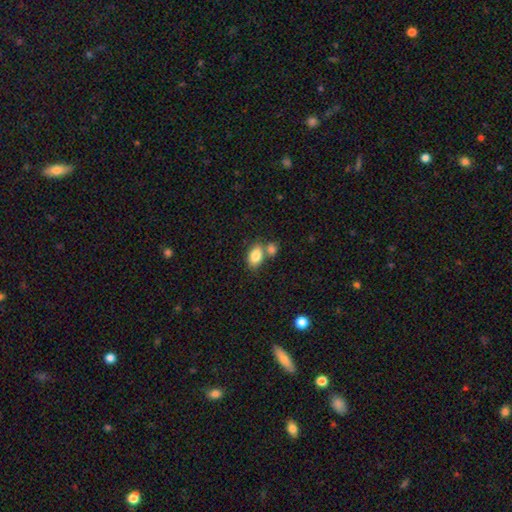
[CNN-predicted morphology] smooth-or-featured: smooth: 84% | featured or disk: 8% | star or artifact: 8%
  how-rounded: in between: 85% | round: 13% | cigar-shaped: 2%
  merging: none: 50% | merger: 35% | minor disturbance: 11% | major disturbance: 4%